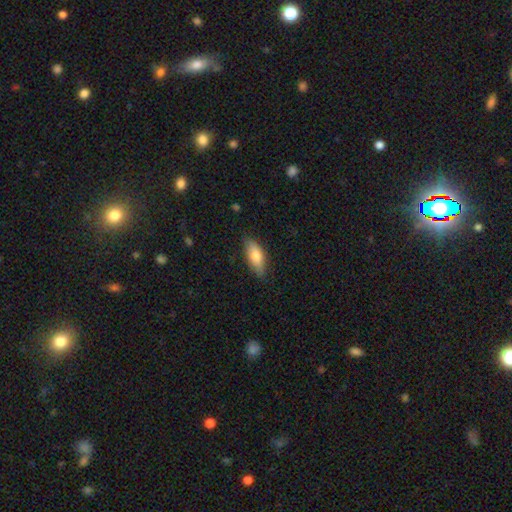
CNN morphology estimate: smooth_or_featured: smooth (p=0.73) [alt: featured or disk p=0.21]
how_rounded: in between (p=0.73) [alt: cigar-shaped p=0.25]
merging: none (p=0.79) [alt: minor disturbance p=0.16]